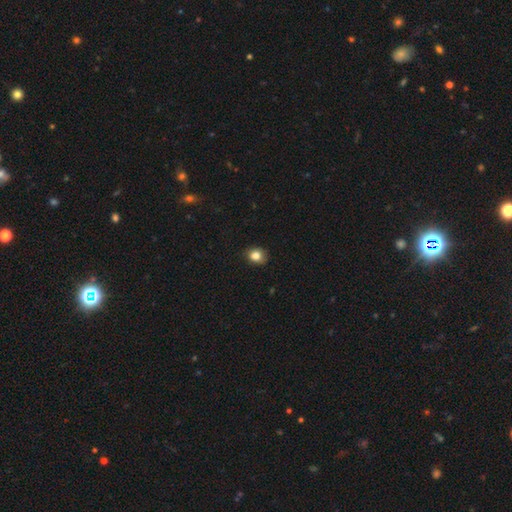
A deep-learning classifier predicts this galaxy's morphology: Overall: smooth (84%). How rounded: round (59%; in between 40%). Merging: none (82%).